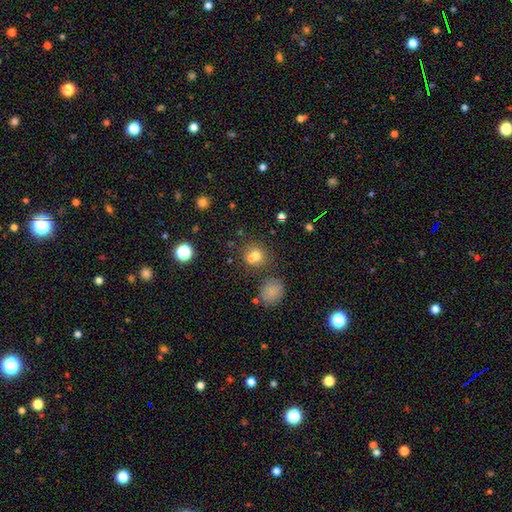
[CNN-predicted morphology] smooth-or-featured: smooth: 69% | star or artifact: 17% | featured or disk: 14%
  how-rounded: round: 80% | in between: 19% | cigar-shaped: 1%
  merging: none: 48% | merger: 40% | minor disturbance: 8% | major disturbance: 4%